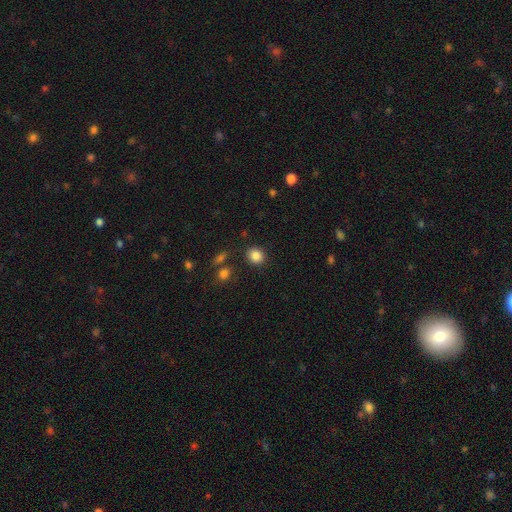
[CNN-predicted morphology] Smooth or featured? smooth (86%)
How rounded? round (74%)
Merging? none (86%)